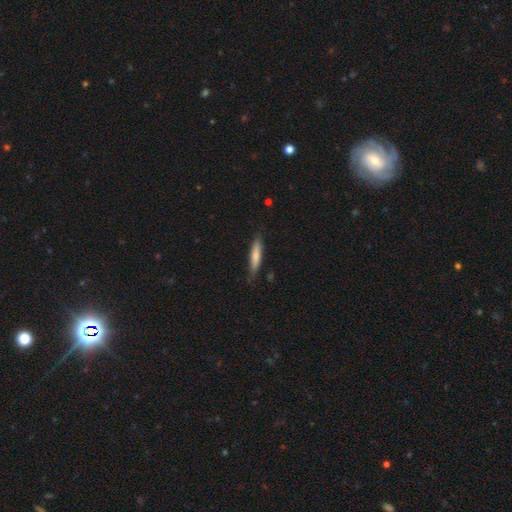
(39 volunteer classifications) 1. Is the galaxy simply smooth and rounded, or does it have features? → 77% smooth, 18% featured or disk, 5% star or artifact.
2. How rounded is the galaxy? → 97% cigar-shaped, 3% in between, 0% round.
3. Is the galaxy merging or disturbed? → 86% none, 14% minor disturbance, 0% major disturbance, 0% merger.